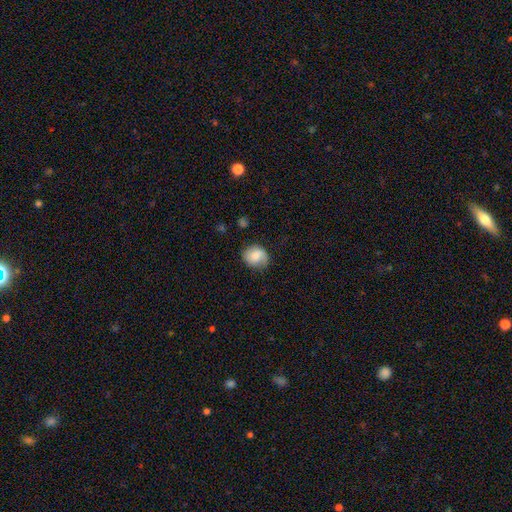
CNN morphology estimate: Smooth or featured: smooth — 69% (featured or disk — 23%)
How rounded: round — 74% (in between — 25%)
Merging: none — 69% (minor disturbance — 23%)